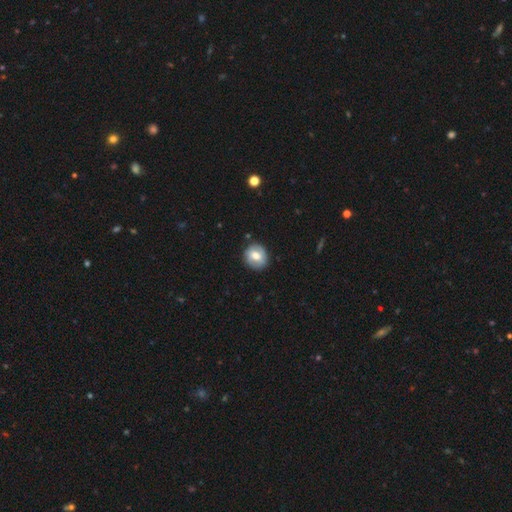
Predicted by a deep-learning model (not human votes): Morphology: type=smooth (58%); roundness=round (75%); merging=none (83%).